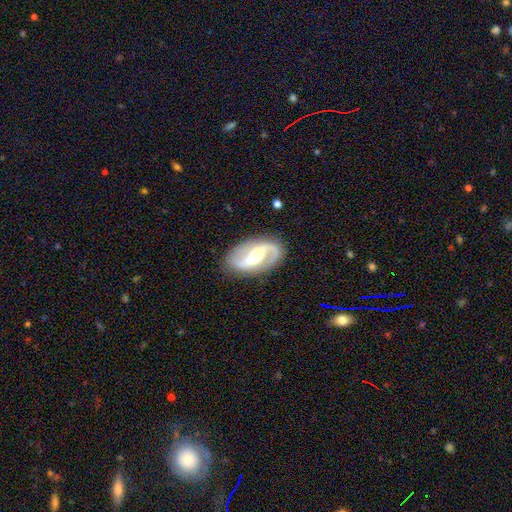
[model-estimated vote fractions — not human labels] featured or disk 90%, smooth 6%, star or artifact 4%. Down the decision tree: edge-on disk — no (97%); bar — weak (46%); spiral arms — yes (97%); spiral arm count — 2 (94%); spiral winding — medium (48%); bulge size — moderate (60%); merging — none (85%).